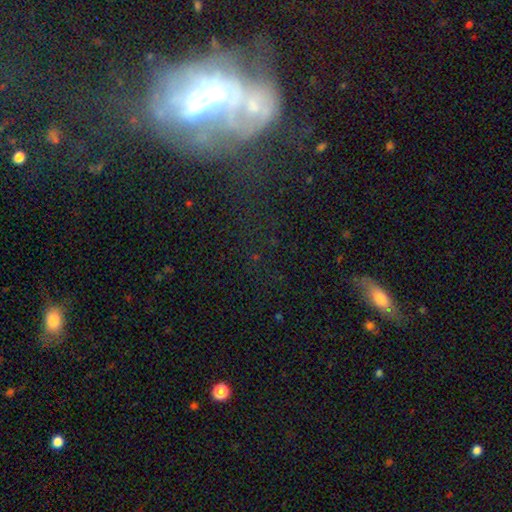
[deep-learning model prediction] Morphology: type=featured or disk (58%); edge-on=no (82%); merging=none (33%).